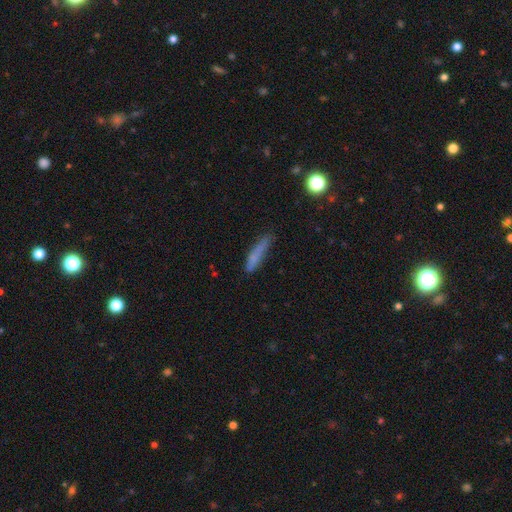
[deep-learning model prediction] Smooth or featured? Predicted: smooth (p=0.74). How rounded? Predicted: cigar-shaped (p=0.88). Merging? Predicted: none (p=0.67).